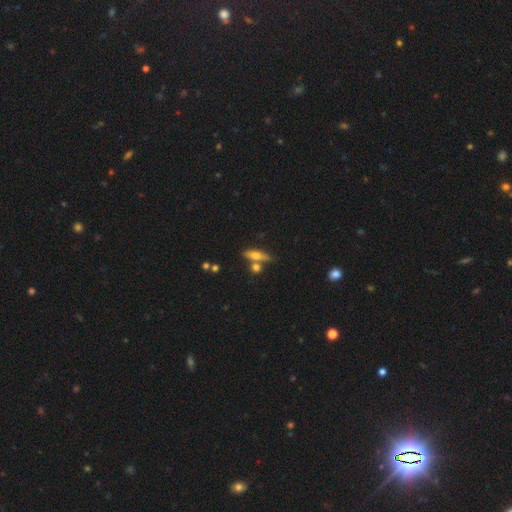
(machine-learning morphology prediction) Q: Smooth or featured?
A: smooth (51%); runner-up: featured or disk (41%)
Q: How rounded?
A: cigar-shaped (63%); runner-up: in between (32%)
Q: Merging?
A: none (68%); runner-up: merger (18%)